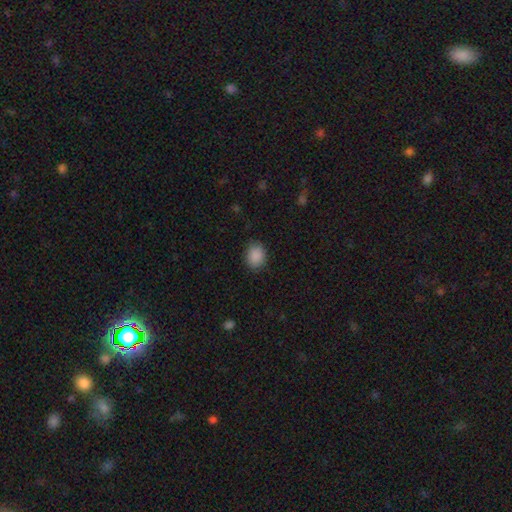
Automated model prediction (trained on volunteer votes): The model was most divided on "how rounded": in between: 50%, round: 49%, cigar-shaped: 1%. More confident: smooth or featured — smooth (89%); merging — none (85%).